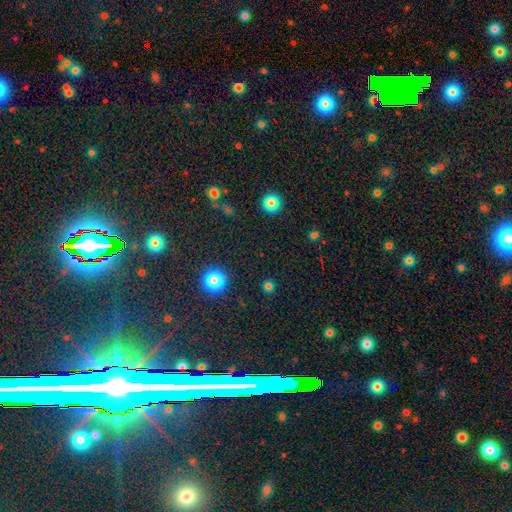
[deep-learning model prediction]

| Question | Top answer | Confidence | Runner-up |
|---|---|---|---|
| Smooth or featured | star or artifact | 71% | smooth (19%) |